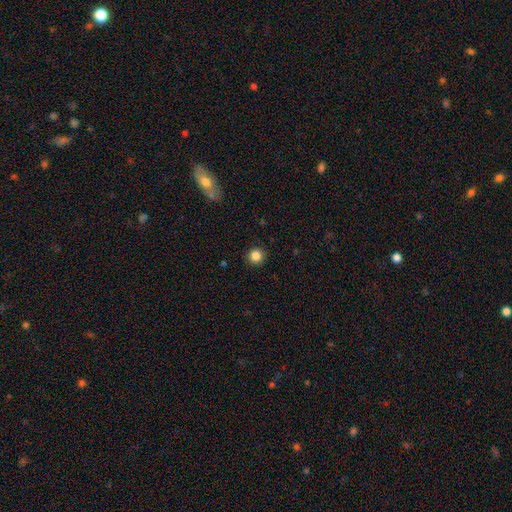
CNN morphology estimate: smooth 85%, star or artifact 11%, featured or disk 4%. Down the decision tree: how rounded — round (94%); merging — none (92%).